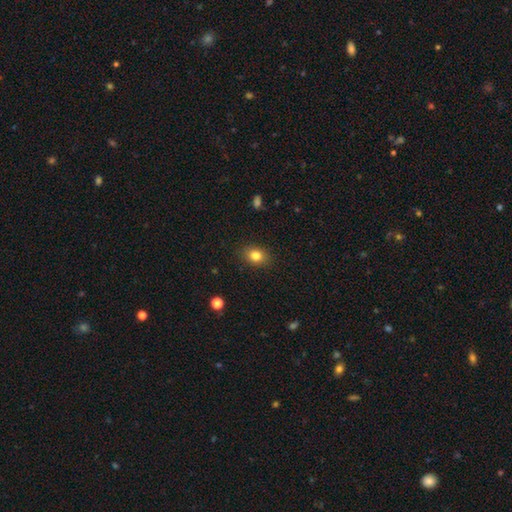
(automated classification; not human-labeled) The model was most divided on "how rounded": in between: 61%, round: 38%, cigar-shaped: 1%. More confident: merging — none (87%); smooth or featured — smooth (81%).